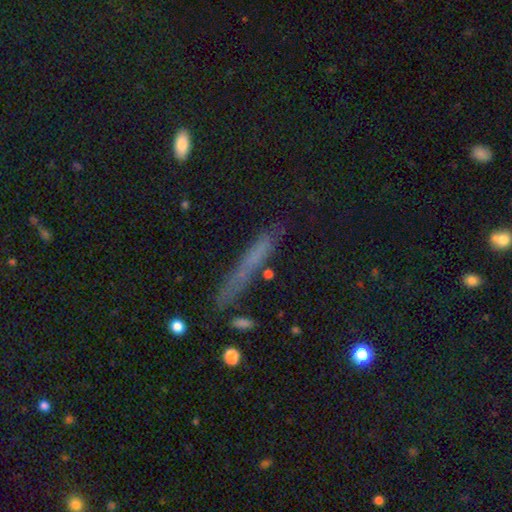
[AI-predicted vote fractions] smooth 58%, featured or disk 29%, star or artifact 14%. Down the decision tree: how rounded — cigar-shaped (94%); merging — none (70%).